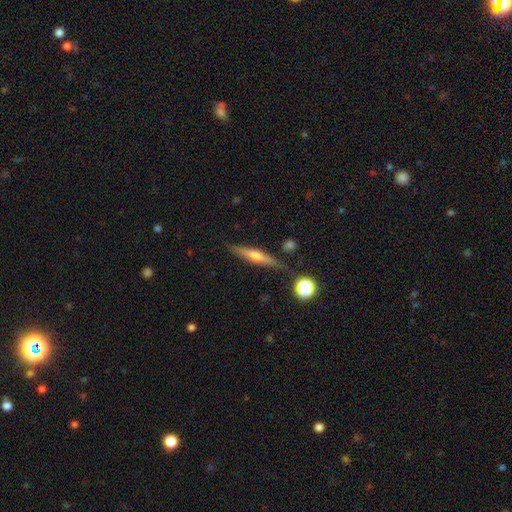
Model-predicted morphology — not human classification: Overall: featured or disk (59%; smooth 33%). Edge-on disk: yes (96%). Edge-on bulge: rounded (82%). Merging: none (84%).